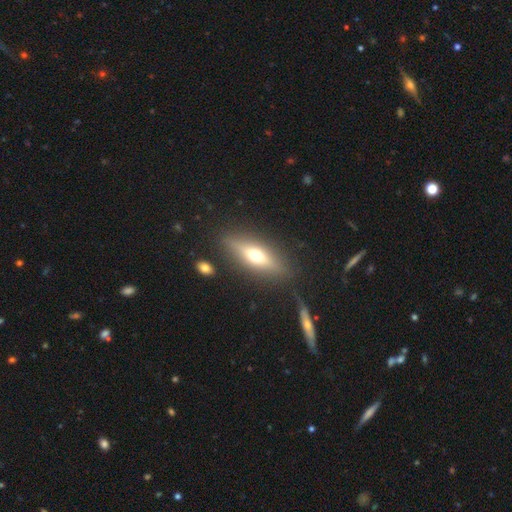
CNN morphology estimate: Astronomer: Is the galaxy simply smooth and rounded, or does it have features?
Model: featured or disk — 46% (runner-up: smooth, 45%).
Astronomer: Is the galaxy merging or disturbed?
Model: none — 84%.